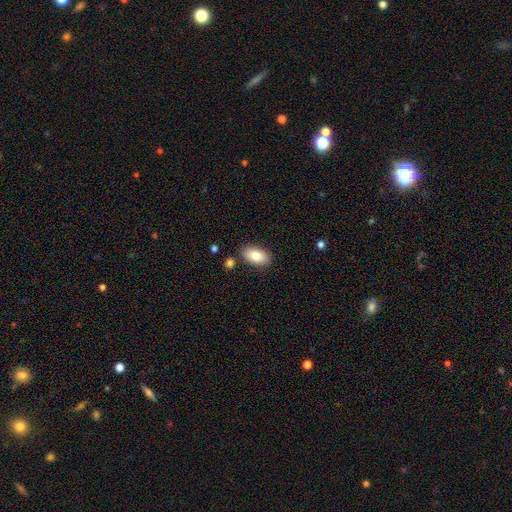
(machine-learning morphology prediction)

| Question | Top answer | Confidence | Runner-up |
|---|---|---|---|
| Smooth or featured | smooth | 83% | featured or disk (11%) |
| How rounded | in between | 93% | round (4%) |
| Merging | none | 84% | minor disturbance (10%) |